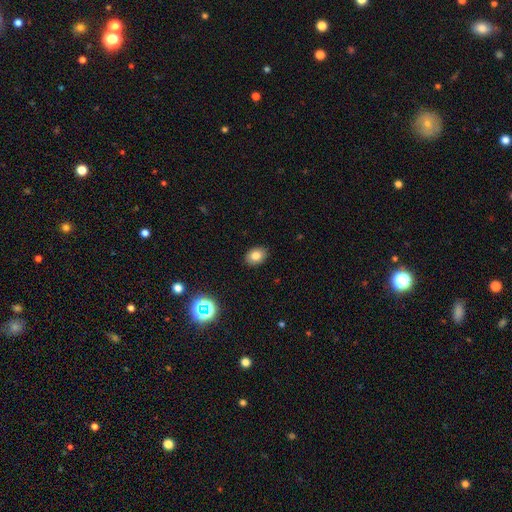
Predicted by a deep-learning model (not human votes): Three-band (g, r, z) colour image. It shows a smooth galaxy with no disk features (80%) that is in between round and cigar-shaped (72%). Merging: none (89%).